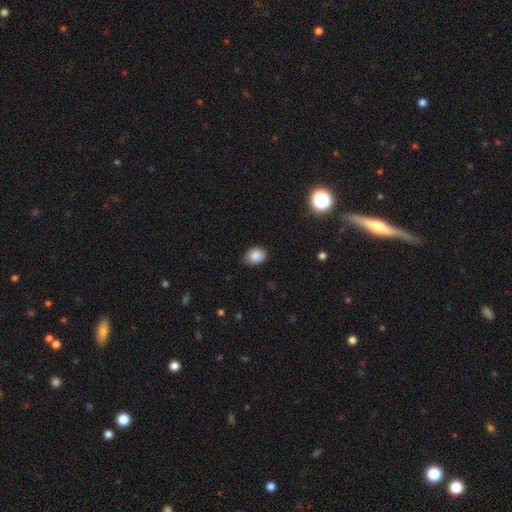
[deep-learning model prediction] Smooth or featured?
  - smooth: 85% *
  - star or artifact: 9%
  - featured or disk: 6%
How rounded?
  - in between: 65% *
  - round: 34%
  - cigar-shaped: 1%
Merging?
  - none: 82% *
  - minor disturbance: 14%
  - major disturbance: 3%
  - merger: 1%